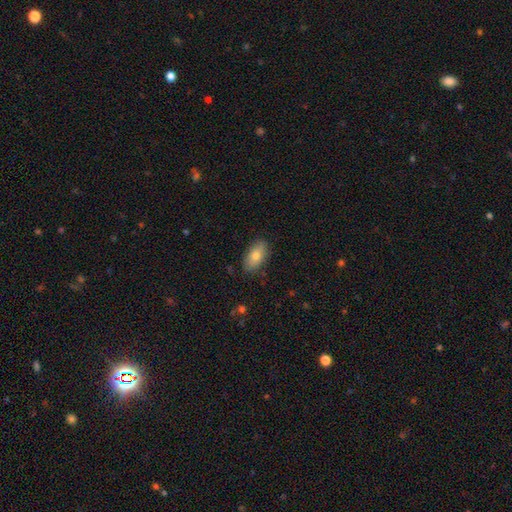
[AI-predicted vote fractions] Smooth or featured? Predicted: smooth (p=0.77). How rounded? Predicted: in between (p=0.92). Merging? Predicted: none (p=0.86).